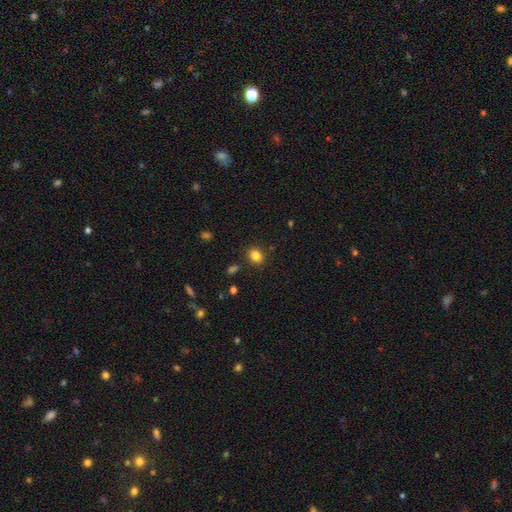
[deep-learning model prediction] Smooth or featured? Predicted: smooth (p=0.83). How rounded? Predicted: round (p=0.54). Merging? Predicted: none (p=0.85).